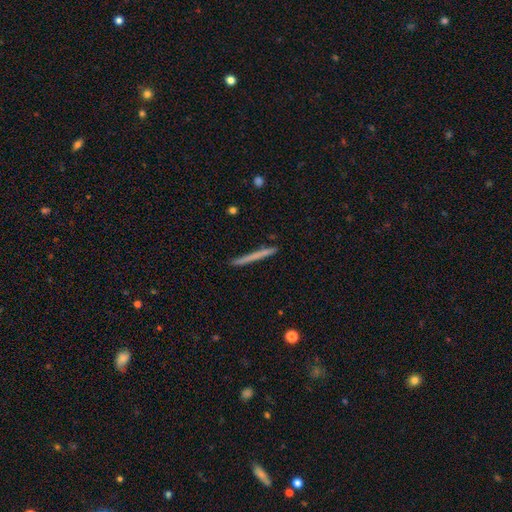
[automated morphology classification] type=smooth (59%); roundness=cigar-shaped (97%); merging=none (90%).